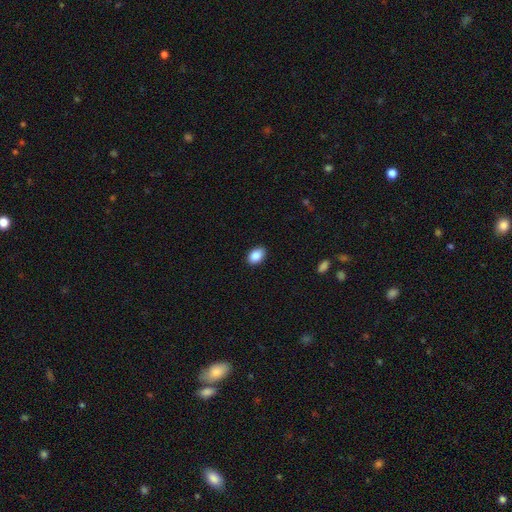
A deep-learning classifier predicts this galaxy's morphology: The model was most divided on "how rounded": in between: 85%, round: 14%, cigar-shaped: 1%. More confident: smooth or featured — smooth (89%); merging — none (89%).